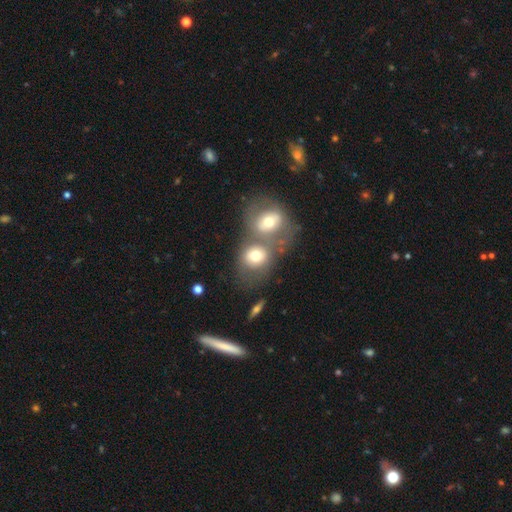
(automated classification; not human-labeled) This appears to be a smooth galaxy with no disk features (65%) that is round (66%). Merging: merger (53%).